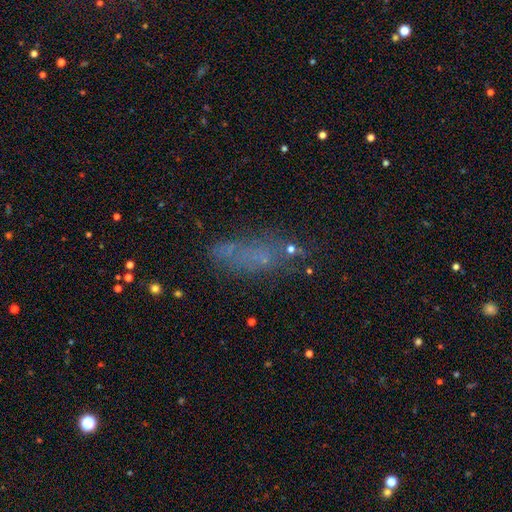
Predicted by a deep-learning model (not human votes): smooth_or_featured: smooth (p=0.50) [alt: star or artifact p=0.26]
merging: none (p=0.57) [alt: minor disturbance p=0.19]